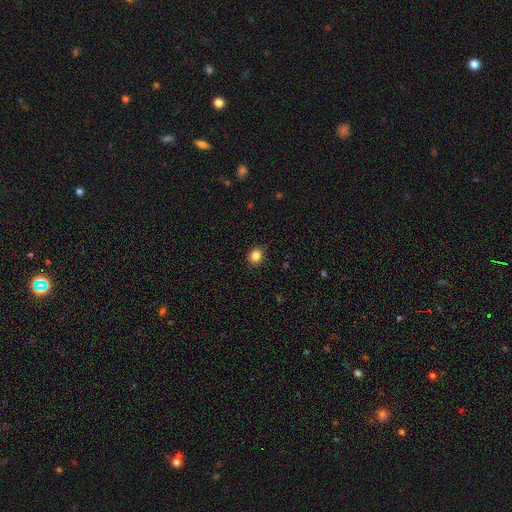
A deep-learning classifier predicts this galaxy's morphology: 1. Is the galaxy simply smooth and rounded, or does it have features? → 85% smooth, 11% star or artifact, 4% featured or disk.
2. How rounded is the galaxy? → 78% round, 21% in between, 1% cigar-shaped.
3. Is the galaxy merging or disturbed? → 90% none, 7% minor disturbance, 2% major disturbance, 1% merger.